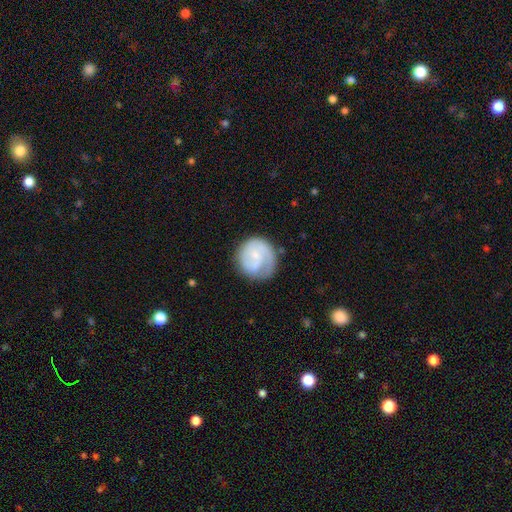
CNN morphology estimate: This appears to be a featured or disk galaxy (62%) with no bar (59%), 2 (38%) tight (50%) spiral arms (88%) and a small central bulge (63%). Merging: none (67%).